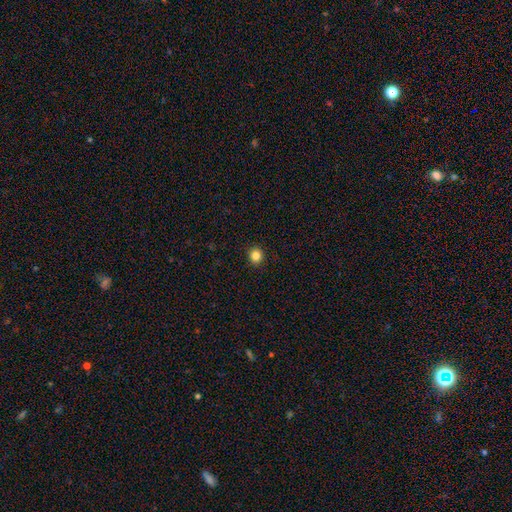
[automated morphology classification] Smooth or featured? Predicted: smooth (p=0.83). How rounded? Predicted: round (p=0.88). Merging? Predicted: none (p=0.92).